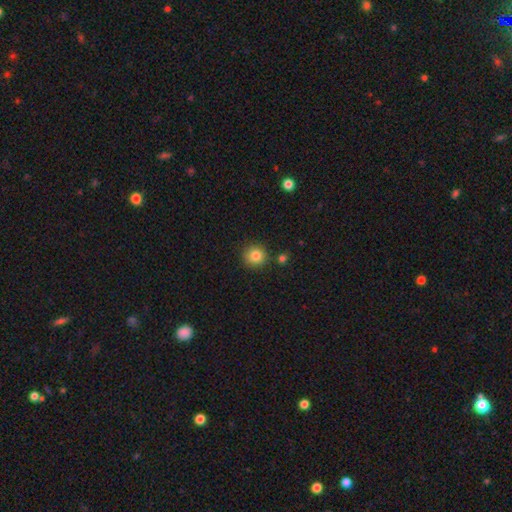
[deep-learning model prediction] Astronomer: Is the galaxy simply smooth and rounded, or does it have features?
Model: smooth — 83%.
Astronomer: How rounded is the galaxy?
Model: round — 92%.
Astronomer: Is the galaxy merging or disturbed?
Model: none — 86%.